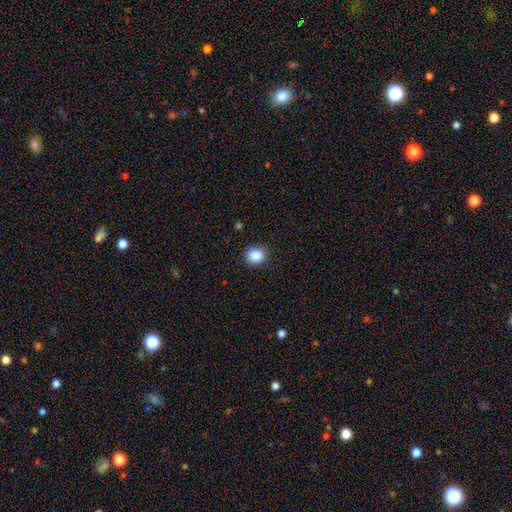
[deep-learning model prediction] Smooth or featured? Predicted: smooth (p=0.86). How rounded? Predicted: round (p=0.83). Merging? Predicted: none (p=0.90).